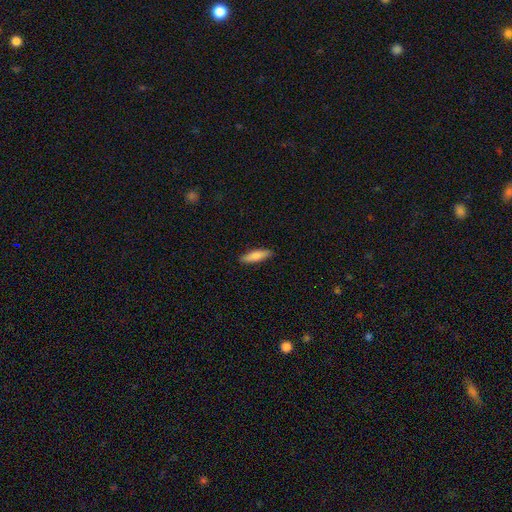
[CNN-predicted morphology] smooth-or-featured: smooth: 83% | featured or disk: 11% | star or artifact: 6%
  how-rounded: cigar-shaped: 60% | in between: 38% | round: 2%
  merging: none: 88% | minor disturbance: 9% | major disturbance: 2% | merger: 1%